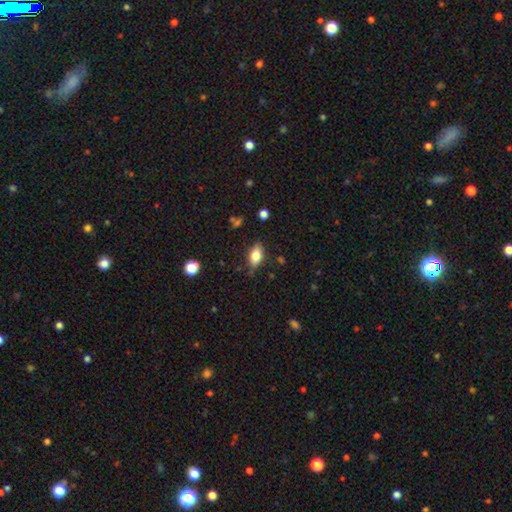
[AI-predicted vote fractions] Morphology: type=smooth (77%); roundness=in between (87%); merging=none (80%).